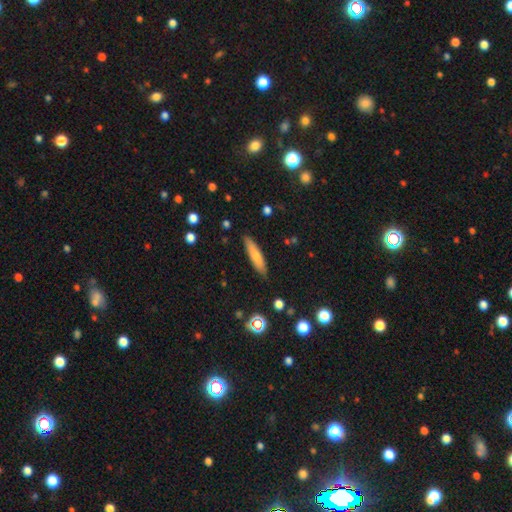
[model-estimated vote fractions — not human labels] This appears to be a smooth galaxy with no disk features (72%) that is cigar-shaped (79%). Merging: none (86%).